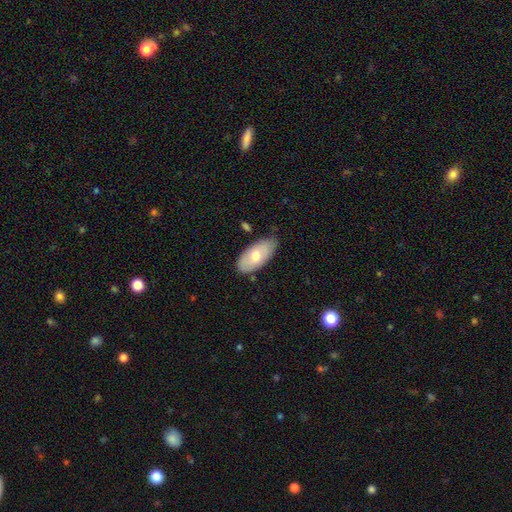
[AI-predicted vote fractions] A smooth galaxy with no disk features (67%) that is in between round and cigar-shaped (93%). Merging: none (76%).